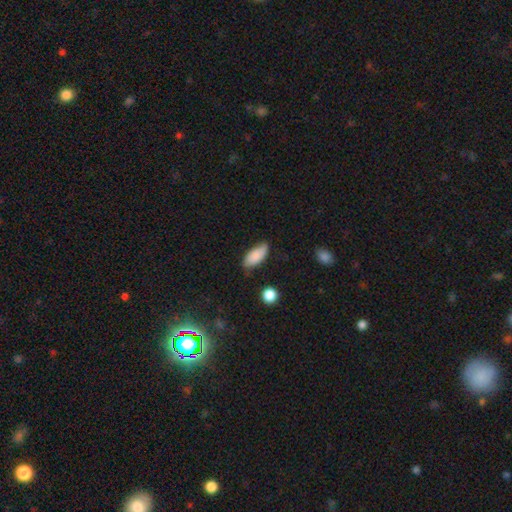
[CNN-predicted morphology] Overall: smooth (85%). How rounded: in between (85%). Merging: none (71%).